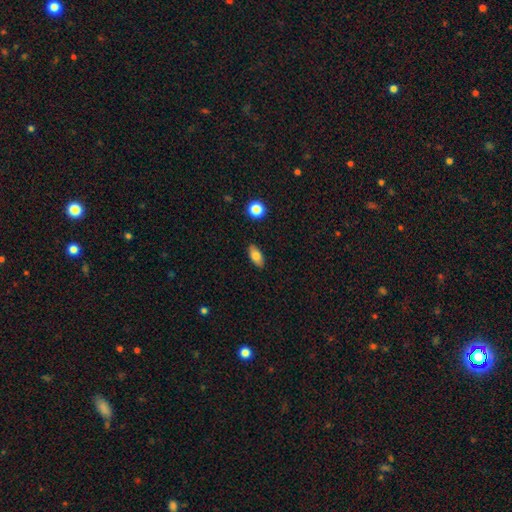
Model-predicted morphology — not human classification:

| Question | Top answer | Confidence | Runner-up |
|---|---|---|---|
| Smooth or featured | smooth | 77% | featured or disk (15%) |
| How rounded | in between | 88% | cigar-shaped (8%) |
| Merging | none | 88% | minor disturbance (9%) |